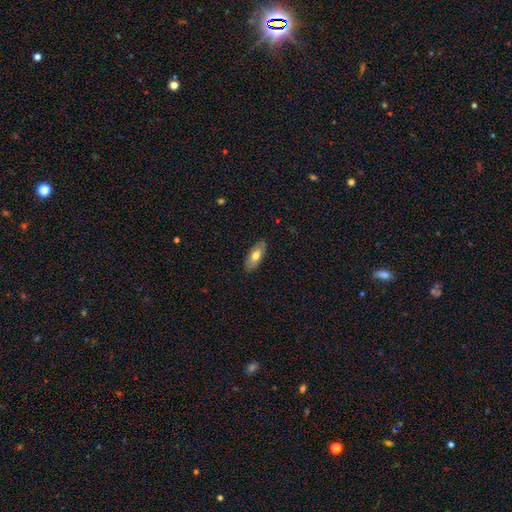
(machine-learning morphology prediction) Q: Smooth or featured?
A: smooth (66%); runner-up: featured or disk (28%)
Q: How rounded?
A: in between (82%); runner-up: cigar-shaped (15%)
Q: Merging?
A: none (87%); runner-up: minor disturbance (10%)